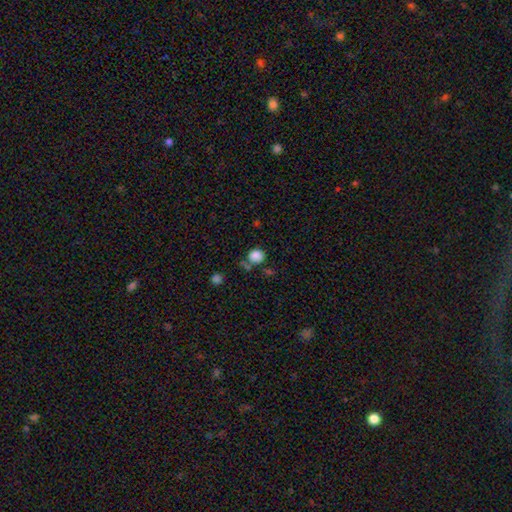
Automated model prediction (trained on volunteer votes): A smooth galaxy with no disk features (84%) that is round (78%). Merging: none (64%).